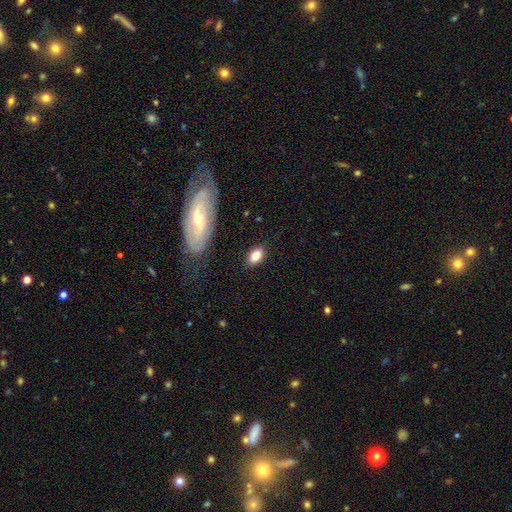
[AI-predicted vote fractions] smooth_or_featured: smooth (p=0.79) [alt: featured or disk p=0.13]
how_rounded: in between (p=0.86) [alt: round p=0.10]
merging: none (p=0.85) [alt: minor disturbance p=0.10]